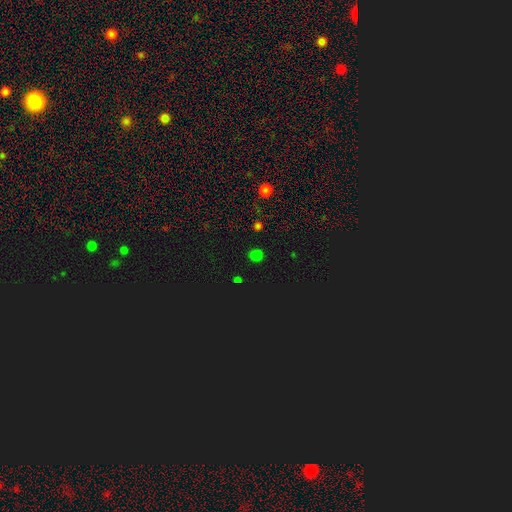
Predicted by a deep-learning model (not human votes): A smooth galaxy with no disk features (62%) that is round (87%). Merging: none (87%).